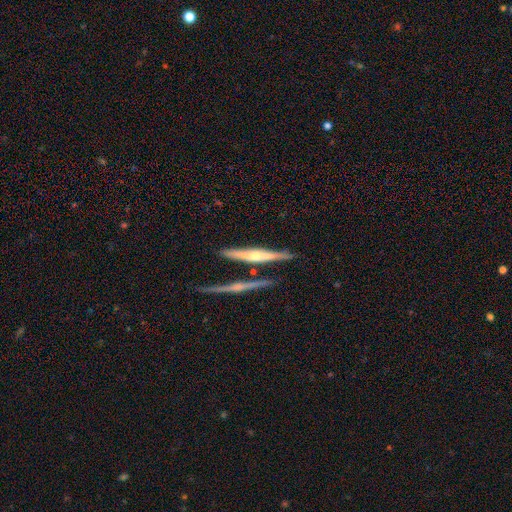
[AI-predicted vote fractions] Smooth or featured? Predicted: featured or disk (p=0.70). Edge-on disk? Predicted: yes (p=0.96). Edge-on bulge? Predicted: rounded (p=0.81). Merging? Predicted: none (p=0.74).